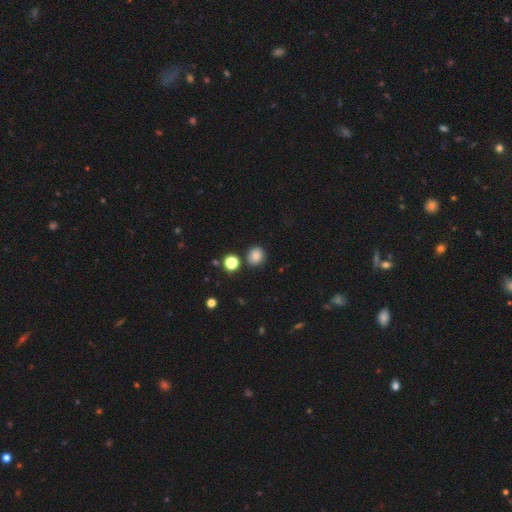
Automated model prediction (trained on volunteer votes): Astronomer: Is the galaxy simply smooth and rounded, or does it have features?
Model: smooth — 83%.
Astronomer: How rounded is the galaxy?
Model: round — 82%.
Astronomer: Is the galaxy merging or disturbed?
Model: none — 82%.